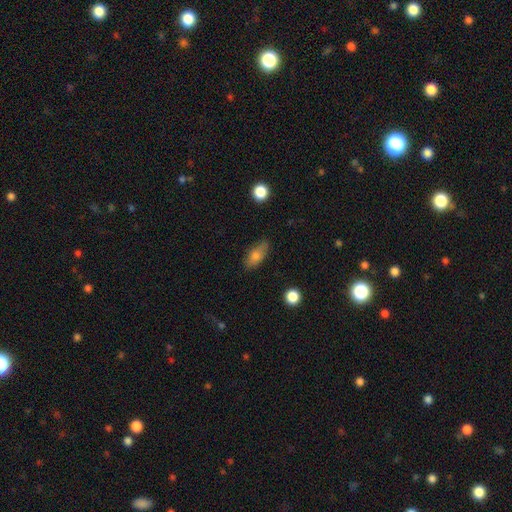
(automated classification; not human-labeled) A smooth galaxy with no disk features (76%) that is in between round and cigar-shaped (84%).

Vote fractions:
- Smooth or featured? smooth: 76% / featured or disk: 16% / star or artifact: 8%
- How rounded? in between: 84% / cigar-shaped: 11% / round: 5%
- Merging? none: 78% / minor disturbance: 17% / major disturbance: 4% / merger: 2%